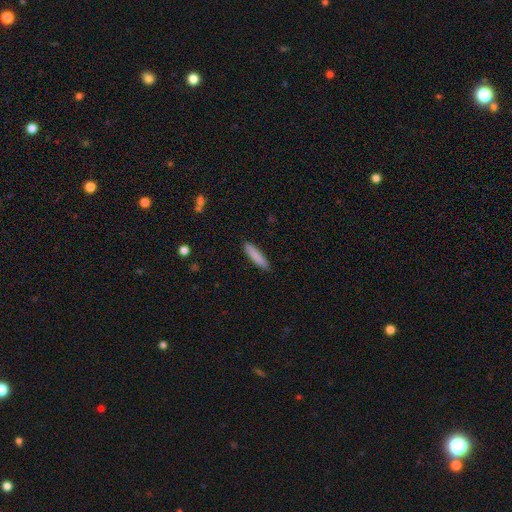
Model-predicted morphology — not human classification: Overall: smooth (85%). How rounded: cigar-shaped (82%). Merging: none (89%).